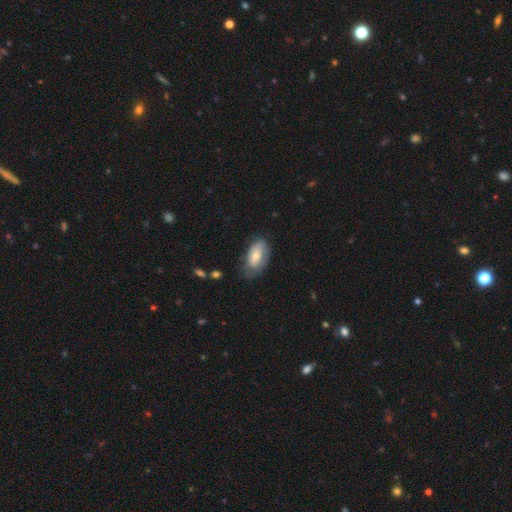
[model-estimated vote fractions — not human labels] Smooth or featured? smooth (68%)
How rounded? in between (93%)
Merging? none (57%)